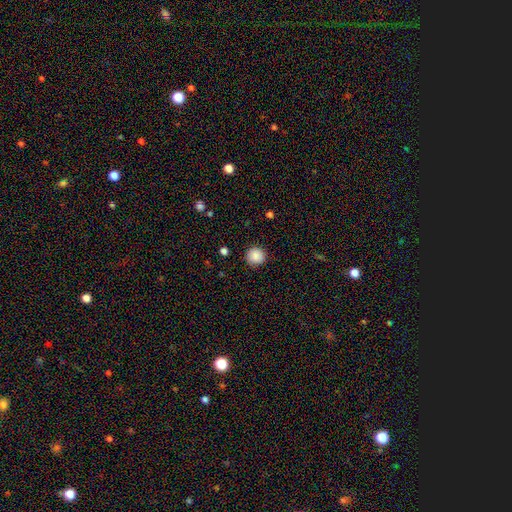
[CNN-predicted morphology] smooth_or_featured: smooth (p=0.88) [alt: star or artifact p=0.09]
how_rounded: round (p=0.93) [alt: in between p=0.06]
merging: none (p=0.90) [alt: minor disturbance p=0.07]